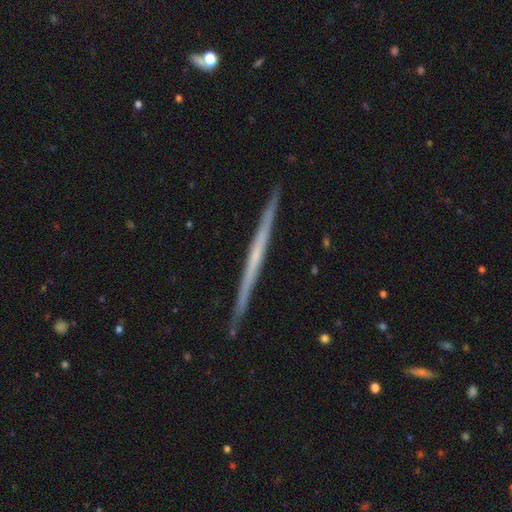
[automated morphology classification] Smooth or featured? featured or disk (70%)
Edge-on disk? yes (98%)
Edge-on bulge? none (85%)
Merging? none (92%)